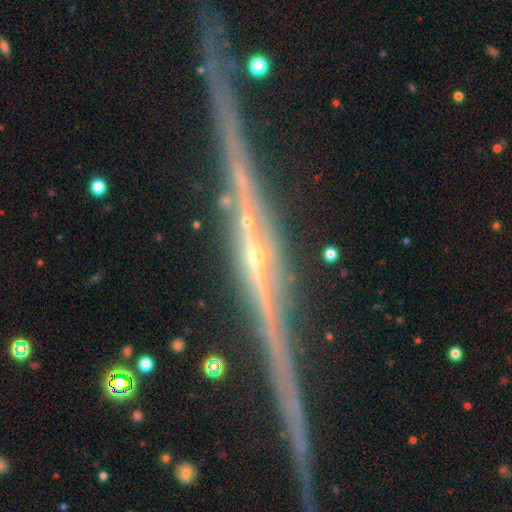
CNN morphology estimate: smooth_or_featured: featured or disk (p=0.87) [alt: star or artifact p=0.08]
disk_edge_on: yes (p=0.97) [alt: no p=0.03]
edge_on_bulge: rounded (p=0.54) [alt: none p=0.32]
merging: none (p=0.84) [alt: minor disturbance p=0.11]